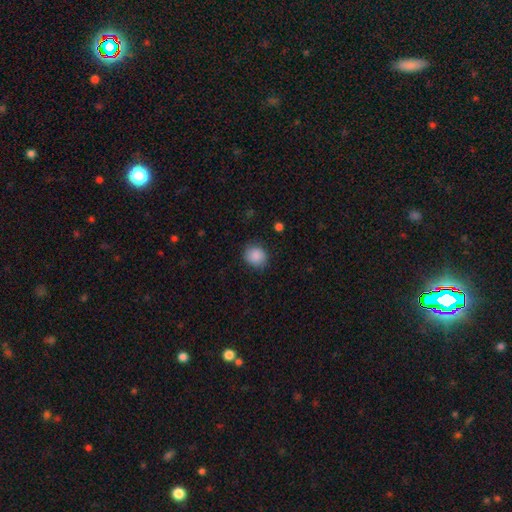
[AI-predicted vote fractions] This appears to be a smooth galaxy with no disk features (88%) that is round (81%). Merging: none (84%).